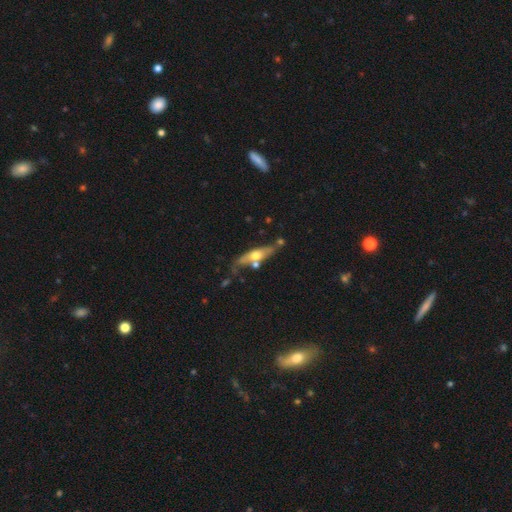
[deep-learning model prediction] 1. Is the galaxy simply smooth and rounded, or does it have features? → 54% featured or disk, 40% smooth, 6% star or artifact.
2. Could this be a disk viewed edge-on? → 68% yes, 32% no.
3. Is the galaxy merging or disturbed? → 58% none, 20% minor disturbance, 16% merger, 7% major disturbance.